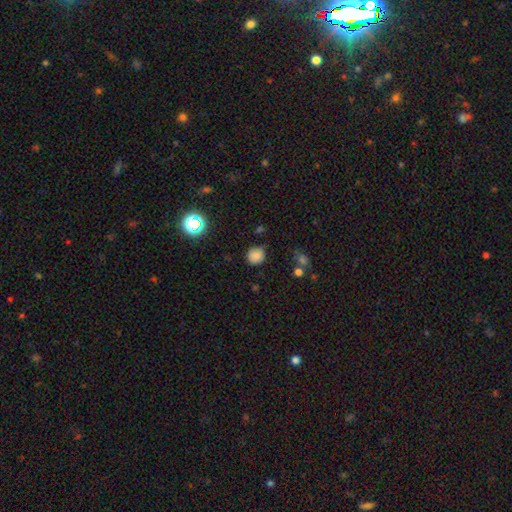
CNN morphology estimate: smooth-or-featured: smooth: 80% | star or artifact: 15% | featured or disk: 5%
  how-rounded: round: 88% | in between: 11% | cigar-shaped: 1%
  merging: none: 78% | minor disturbance: 16% | major disturbance: 4% | merger: 3%